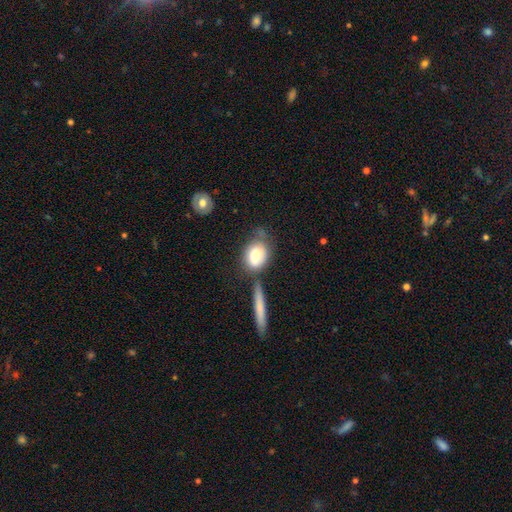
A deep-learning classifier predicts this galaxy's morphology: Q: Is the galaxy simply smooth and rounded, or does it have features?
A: smooth — 81%.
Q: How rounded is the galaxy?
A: in between — 74%.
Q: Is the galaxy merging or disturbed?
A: none — 44%.